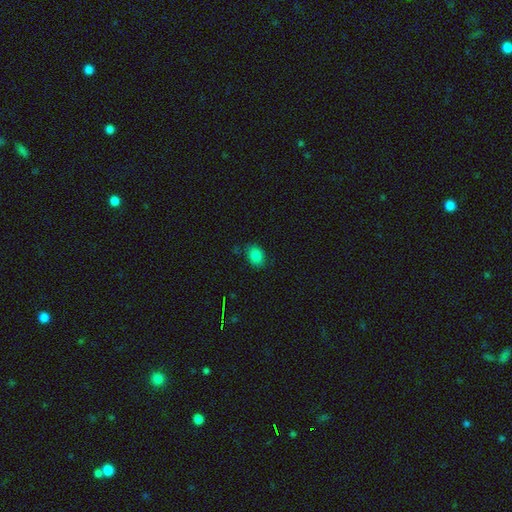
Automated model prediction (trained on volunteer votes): The model was most divided on "how rounded": in between: 66%, round: 33%, cigar-shaped: 1%. More confident: smooth or featured — smooth (83%); merging — none (75%).